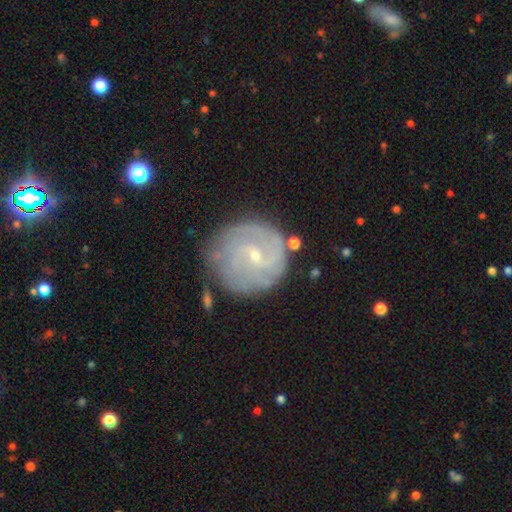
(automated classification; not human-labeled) A featured or disk galaxy (78%) with a weak bar (47%), tight (60%) spiral arms (91%) and a small central bulge (81%).

Vote fractions:
- Smooth or featured? featured or disk: 78% / smooth: 15% / star or artifact: 7%
- Edge-on disk? no: 97% / yes: 3%
- Bar? weak: 47% / no: 44% / strong: 9%
- Spiral arms? yes: 91% / no: 9%
- Spiral winding? tight: 60% / medium: 30% / loose: 10%
- Spiral arm count? can't tell: 36% / 2: 28% / 3: 17% / 4: 9% / 1: 5% / more than 4: 5%
- Bulge size? small: 81% / moderate: 15% / none: 2% / large: 1% / dominant: 1%
- Merging? none: 73% / minor disturbance: 18% / major disturbance: 6% / merger: 3%